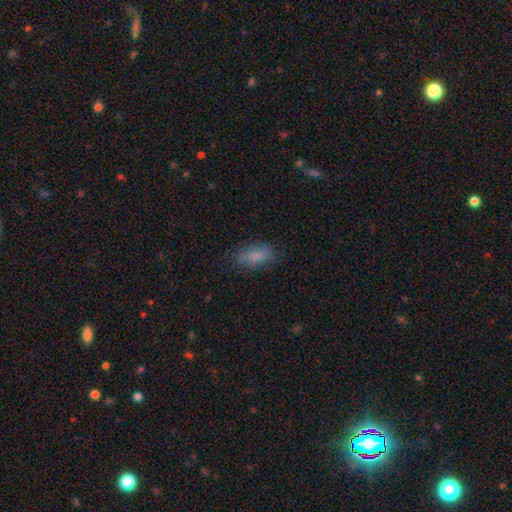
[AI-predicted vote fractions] smooth_or_featured: smooth (p=0.78) [alt: featured or disk p=0.13]
how_rounded: in between (p=0.84) [alt: cigar-shaped p=0.12]
merging: none (p=0.75) [alt: minor disturbance p=0.18]